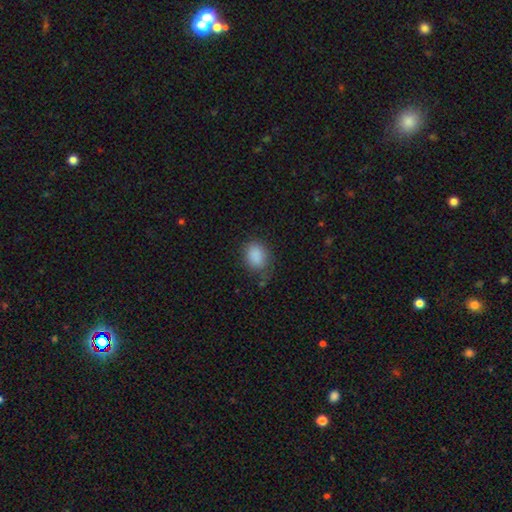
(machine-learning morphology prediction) type=smooth (87%); roundness=in between (62%); merging=none (66%).